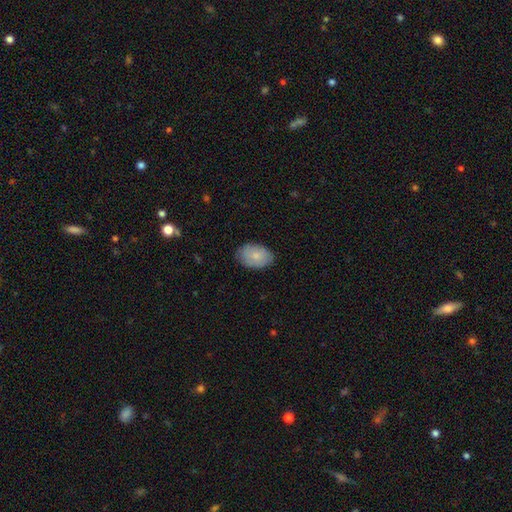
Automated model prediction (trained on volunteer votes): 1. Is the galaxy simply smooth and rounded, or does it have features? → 79% smooth, 15% featured or disk, 6% star or artifact.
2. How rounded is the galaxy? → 88% in between, 11% round, 1% cigar-shaped.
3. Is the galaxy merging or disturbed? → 81% none, 15% minor disturbance, 3% major disturbance, 1% merger.